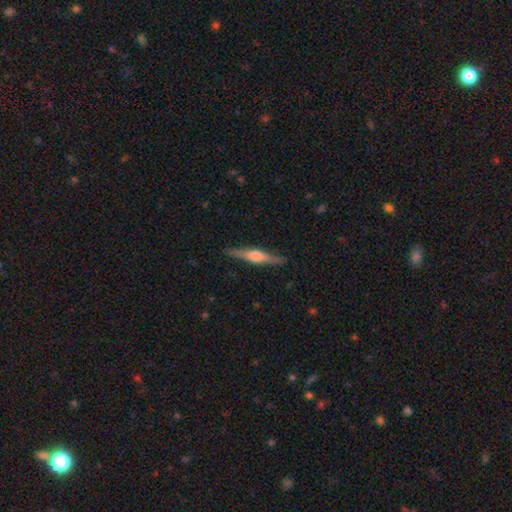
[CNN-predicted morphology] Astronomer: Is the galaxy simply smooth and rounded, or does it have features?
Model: featured or disk — 74%.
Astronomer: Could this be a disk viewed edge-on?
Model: yes — 98%.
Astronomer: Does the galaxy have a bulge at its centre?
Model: rounded — 83%.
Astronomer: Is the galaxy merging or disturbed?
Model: none — 90%.